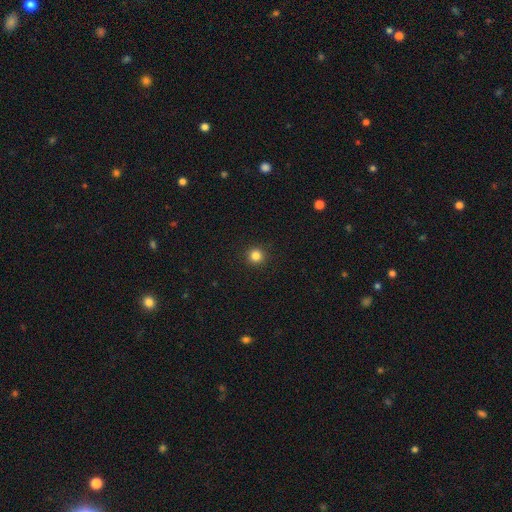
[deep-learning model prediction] smooth 83%, star or artifact 13%, featured or disk 4%. Down the decision tree: how rounded — round (95%); merging — none (93%).